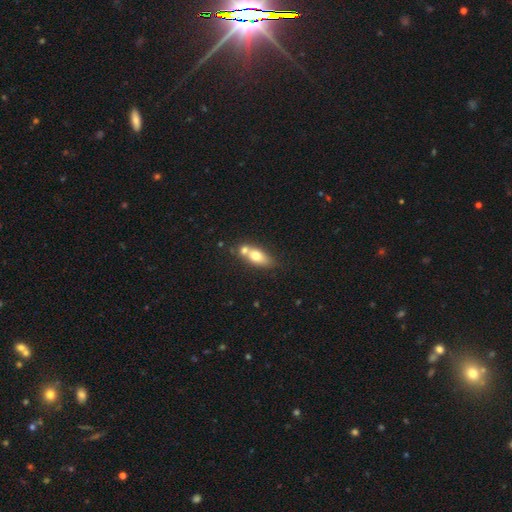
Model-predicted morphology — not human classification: The model was most divided on "merging": merger: 48%, none: 36%, minor disturbance: 12%, major disturbance: 5%. More confident: how rounded — in between (75%); smooth or featured — smooth (69%).